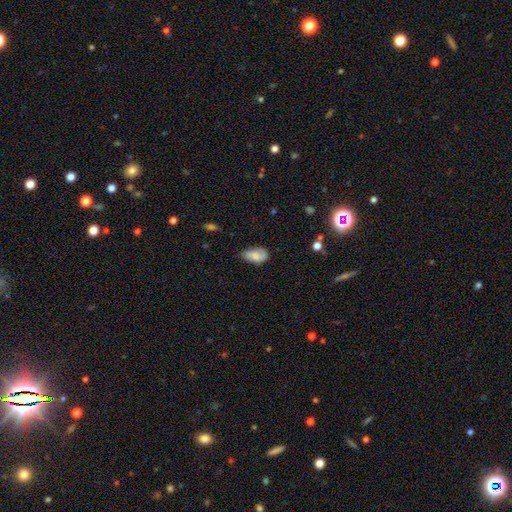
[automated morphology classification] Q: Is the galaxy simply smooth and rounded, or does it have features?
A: smooth — 75%.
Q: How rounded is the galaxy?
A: in between — 92%.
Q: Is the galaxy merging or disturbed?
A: none — 56%.